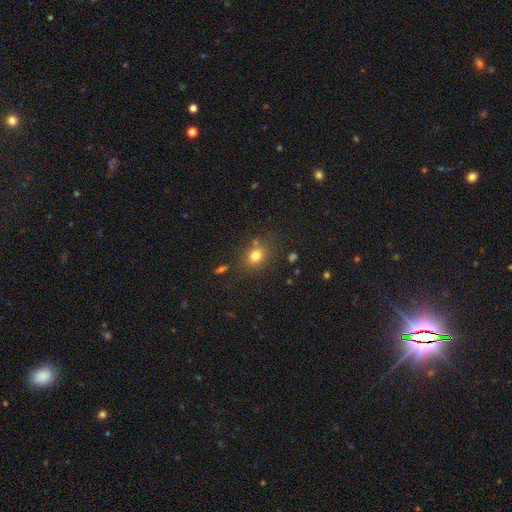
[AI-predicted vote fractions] smooth 78%, star or artifact 13%, featured or disk 9%. Down the decision tree: how rounded — in between (52%); merging — none (75%).